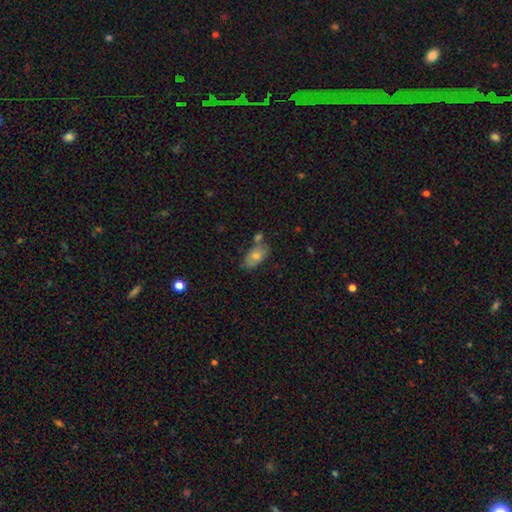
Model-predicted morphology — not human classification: Smooth or featured? Predicted: smooth (p=0.69). How rounded? Predicted: in between (p=0.89). Merging? Predicted: none (p=0.63).